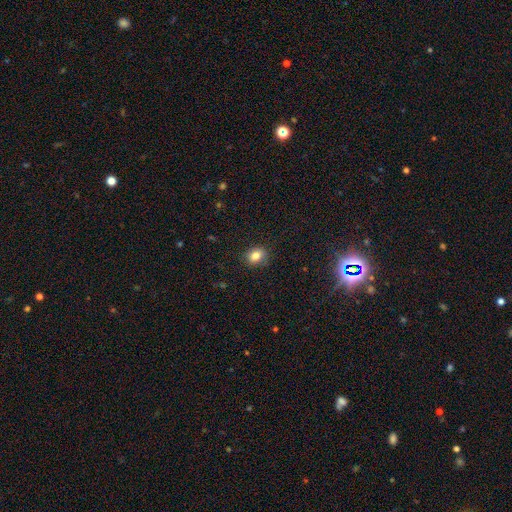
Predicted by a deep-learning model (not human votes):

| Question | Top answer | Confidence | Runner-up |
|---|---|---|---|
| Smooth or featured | smooth | 82% | star or artifact (11%) |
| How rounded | round | 53% | in between (46%) |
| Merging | none | 85% | minor disturbance (11%) |